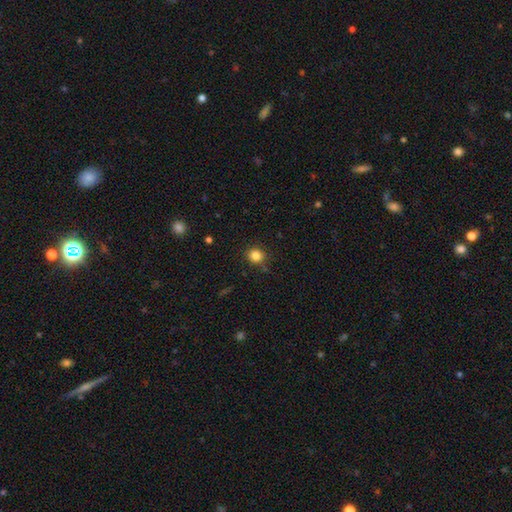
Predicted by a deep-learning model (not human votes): smooth_or_featured: smooth (p=0.83) [alt: star or artifact p=0.12]
how_rounded: round (p=0.87) [alt: in between p=0.12]
merging: none (p=0.84) [alt: minor disturbance p=0.10]